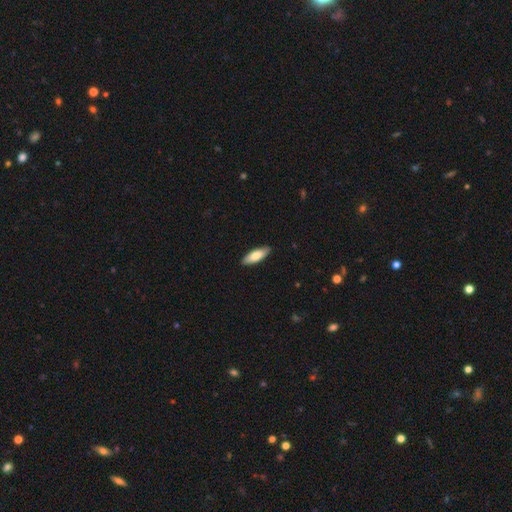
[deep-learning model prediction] Overall: smooth (77%). How rounded: in between (62%; cigar-shaped 36%). Merging: none (89%).